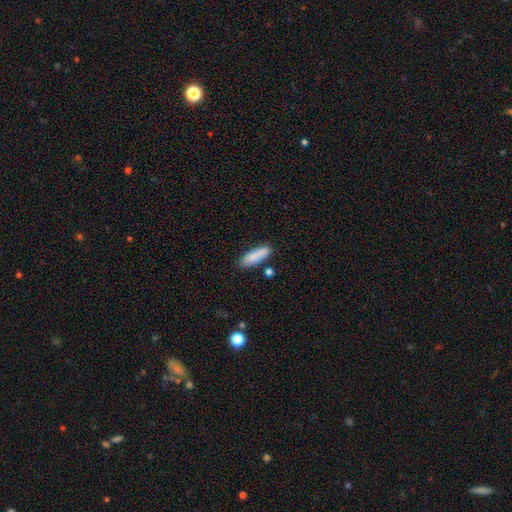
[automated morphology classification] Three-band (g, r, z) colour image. It shows a smooth galaxy with no disk features (86%) that is in between round and cigar-shaped (52%). Merging: none (81%).